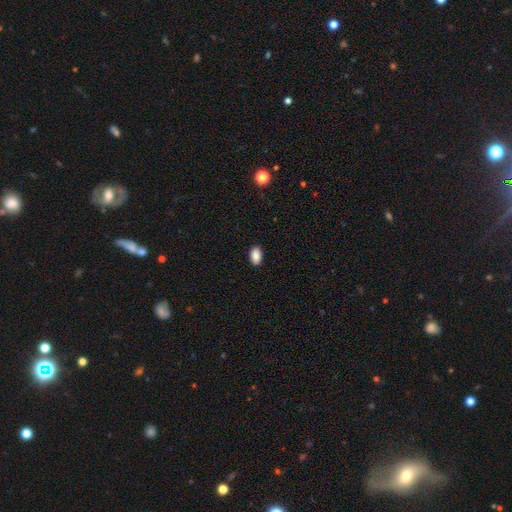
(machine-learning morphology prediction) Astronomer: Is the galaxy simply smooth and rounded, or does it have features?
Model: smooth — 89%.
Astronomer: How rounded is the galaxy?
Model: in between — 92%.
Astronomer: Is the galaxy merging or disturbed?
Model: none — 89%.